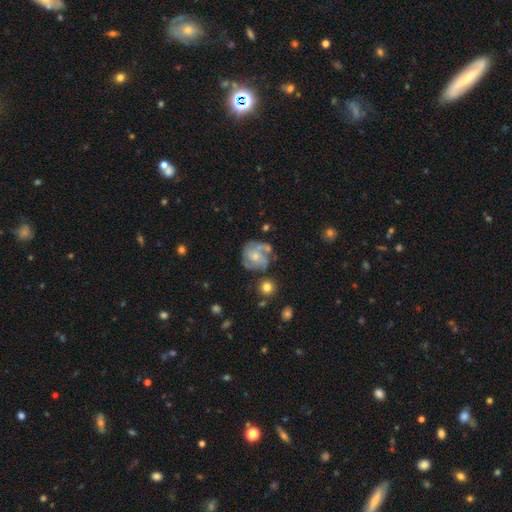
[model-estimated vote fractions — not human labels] Overall: featured or disk (72%). Edge-on disk: no (98%). Bar: no (69%). Spiral arms: yes (87%). Spiral arm count: 3 (37%; can't tell 25%). Spiral winding: medium (45%; tight 40%). Bulge size: small (52%; moderate 40%). Merging: none (57%; minor disturbance 21%).